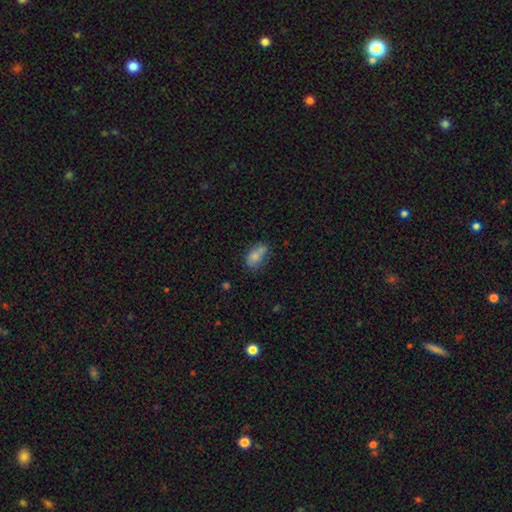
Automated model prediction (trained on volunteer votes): smooth_or_featured: smooth (p=0.72) [alt: featured or disk p=0.18]
how_rounded: in between (p=0.84) [alt: round p=0.12]
merging: none (p=0.44) [alt: minor disturbance p=0.27]